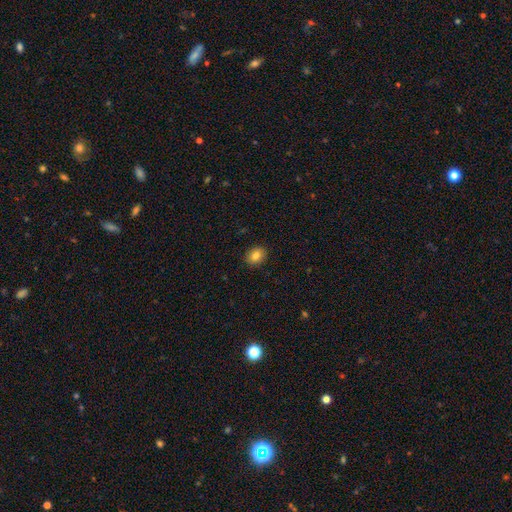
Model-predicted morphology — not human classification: Smooth or featured: smooth — 85% (star or artifact — 9%)
How rounded: in between — 59% (round — 40%)
Merging: none — 90% (minor disturbance — 7%)